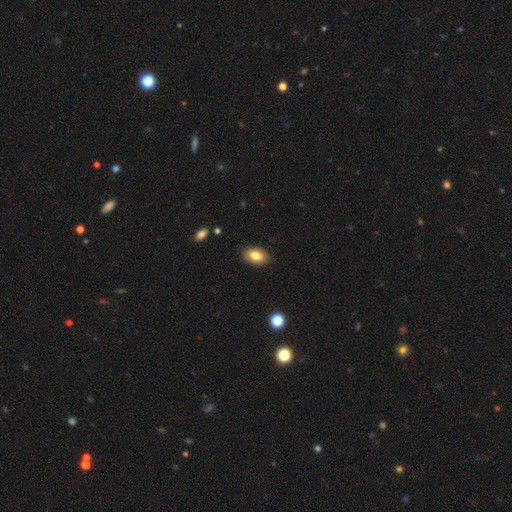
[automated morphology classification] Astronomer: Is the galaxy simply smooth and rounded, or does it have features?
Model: smooth — 83%.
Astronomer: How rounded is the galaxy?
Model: in between — 90%.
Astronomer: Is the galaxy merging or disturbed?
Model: none — 89%.